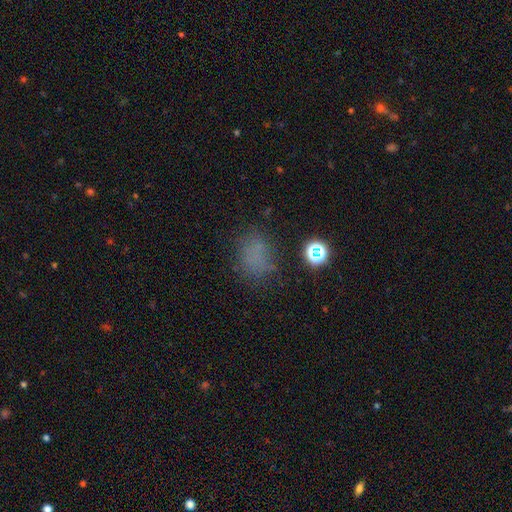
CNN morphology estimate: Smooth or featured?
  - smooth: 63% *
  - star or artifact: 26%
  - featured or disk: 10%
How rounded?
  - in between: 55% *
  - round: 43%
  - cigar-shaped: 2%
Merging?
  - none: 67% *
  - minor disturbance: 18%
  - major disturbance: 11%
  - merger: 4%